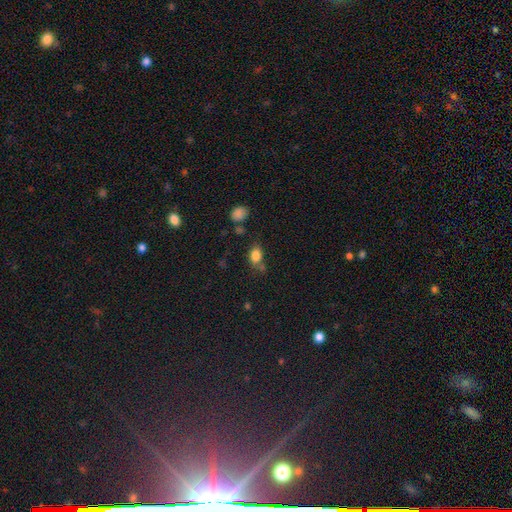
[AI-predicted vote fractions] The model was most divided on "merging": none: 64%, minor disturbance: 17%, merger: 13%, major disturbance: 6%. More confident: smooth or featured — smooth (82%); how rounded — in between (77%).